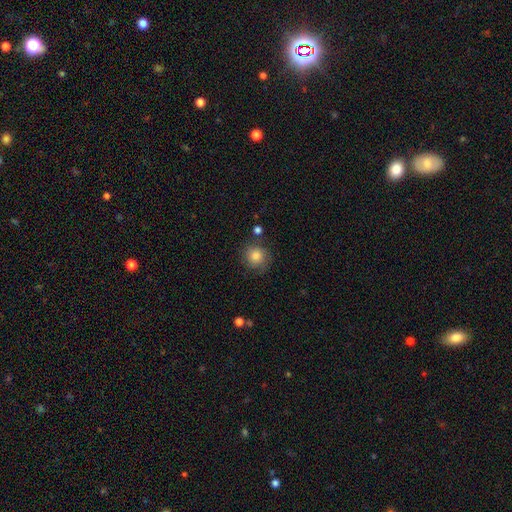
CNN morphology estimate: A smooth galaxy with no disk features (79%) that is round (91%). Merging: none (76%).